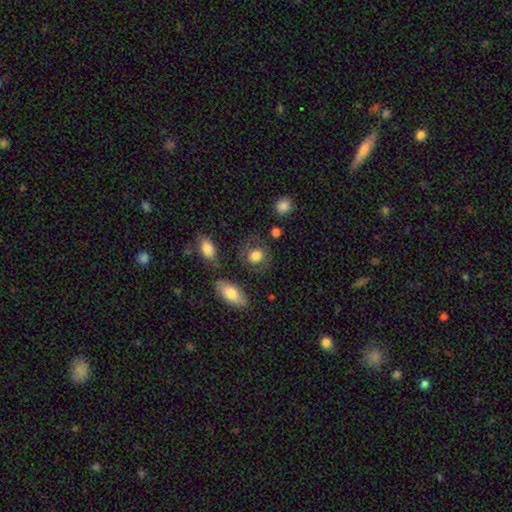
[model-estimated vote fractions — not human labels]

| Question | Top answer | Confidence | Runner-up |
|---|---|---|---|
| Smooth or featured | smooth | 73% | featured or disk (19%) |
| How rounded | round | 72% | in between (27%) |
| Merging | none | 73% | minor disturbance (15%) |